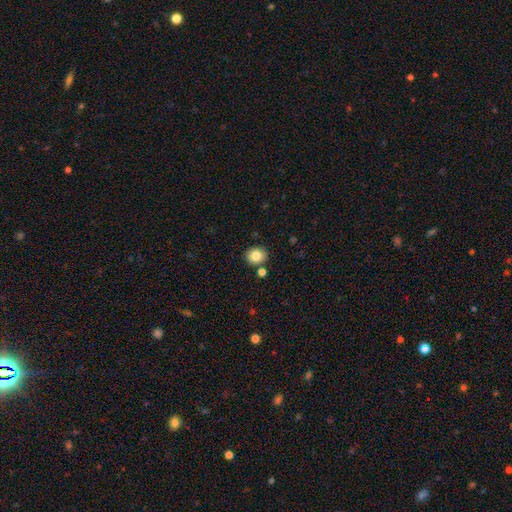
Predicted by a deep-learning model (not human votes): smooth_or_featured: smooth (p=0.83) [alt: star or artifact p=0.10]
how_rounded: round (p=0.74) [alt: in between p=0.26]
merging: none (p=0.81) [alt: minor disturbance p=0.09]